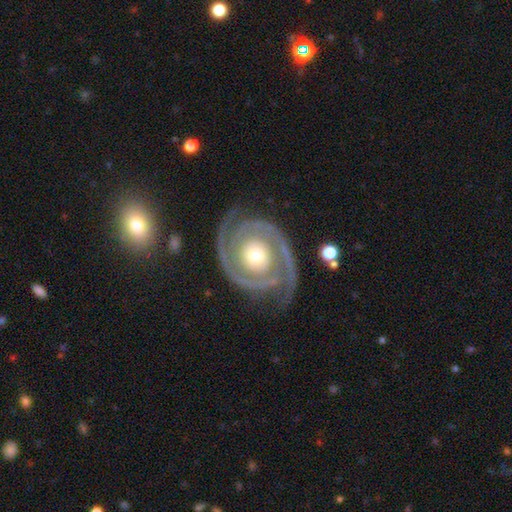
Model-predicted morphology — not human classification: Smooth or featured? Predicted: featured or disk (p=0.92). Edge-on disk? Predicted: no (p=0.98). Bar? Predicted: no (p=0.79). Spiral arms? Predicted: yes (p=0.97). Spiral winding? Predicted: tight (p=0.72). Spiral arm count? Predicted: 2 (p=0.90). Bulge size? Predicted: moderate (p=0.60). Merging? Predicted: none (p=0.80).